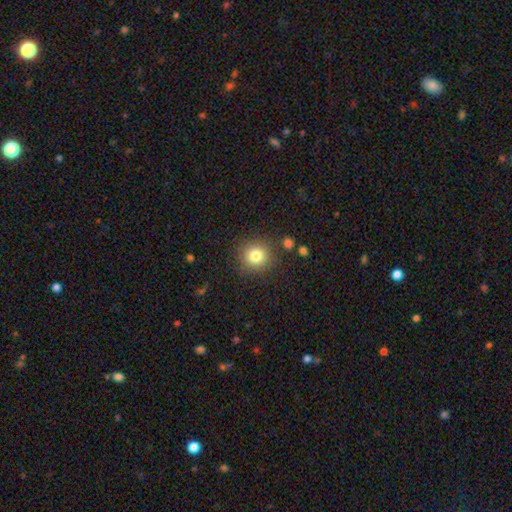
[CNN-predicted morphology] This is clearly a smooth galaxy (81%). How rounded: clearly round (90%). Merging: clearly none (85%).